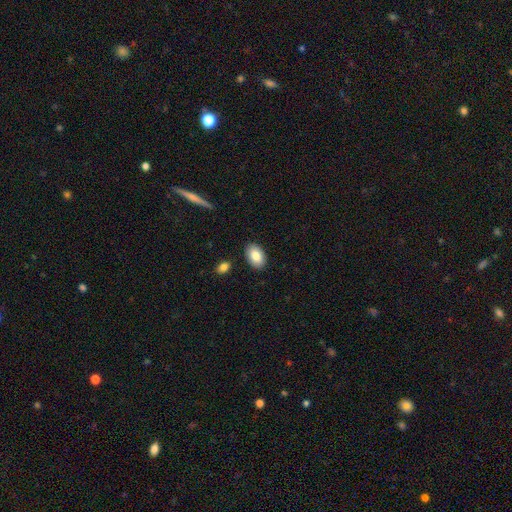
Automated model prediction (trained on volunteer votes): Smooth or featured? smooth (84%)
How rounded? in between (92%)
Merging? none (88%)